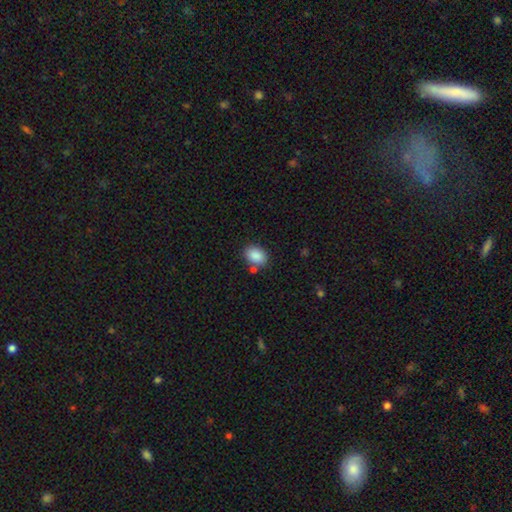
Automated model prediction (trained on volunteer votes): Overall: smooth (88%). How rounded: in between (78%). Merging: none (75%).